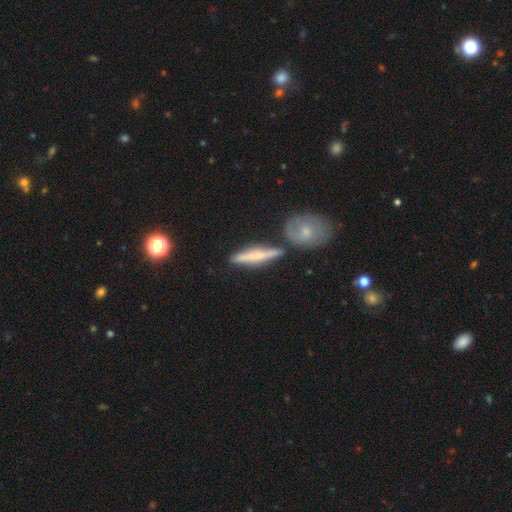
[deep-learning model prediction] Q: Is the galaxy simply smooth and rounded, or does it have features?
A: smooth — 47%.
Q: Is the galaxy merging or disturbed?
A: none — 72%.